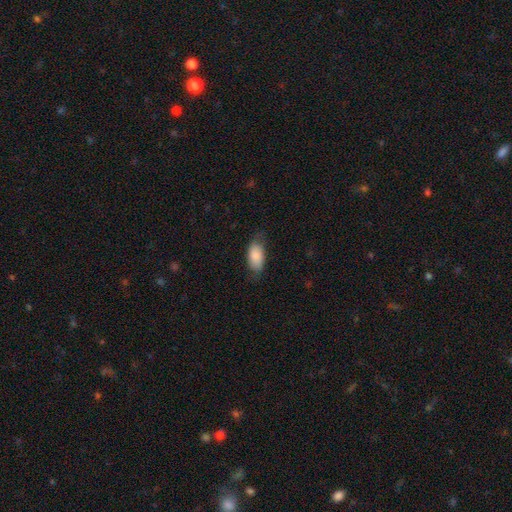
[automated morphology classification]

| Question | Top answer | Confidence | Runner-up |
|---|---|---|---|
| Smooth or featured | smooth | 83% | featured or disk (11%) |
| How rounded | in between | 92% | cigar-shaped (5%) |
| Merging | none | 66% | minor disturbance (26%) |